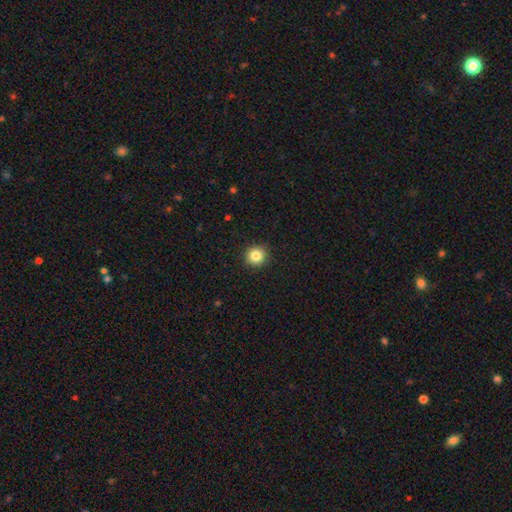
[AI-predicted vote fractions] Q: Smooth or featured?
A: smooth (84%); runner-up: star or artifact (11%)
Q: How rounded?
A: round (93%); runner-up: in between (6%)
Q: Merging?
A: none (92%); runner-up: minor disturbance (6%)